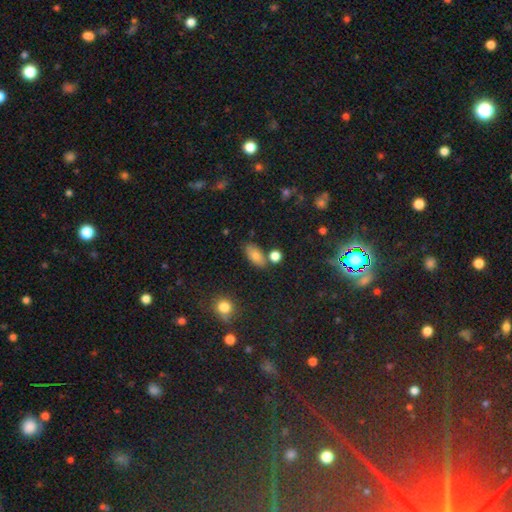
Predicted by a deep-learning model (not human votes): Morphology: type=smooth (76%); roundness=in between (85%); merging=none (72%).